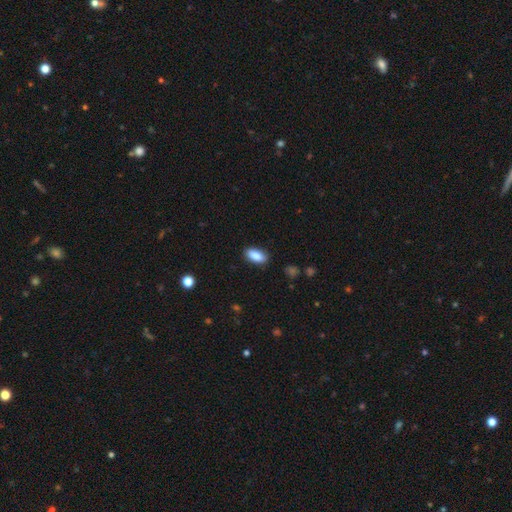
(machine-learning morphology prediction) smooth-or-featured: smooth: 88% | star or artifact: 7% | featured or disk: 5%
  how-rounded: in between: 90% | cigar-shaped: 7% | round: 3%
  merging: none: 85% | minor disturbance: 12% | major disturbance: 2% | merger: 1%